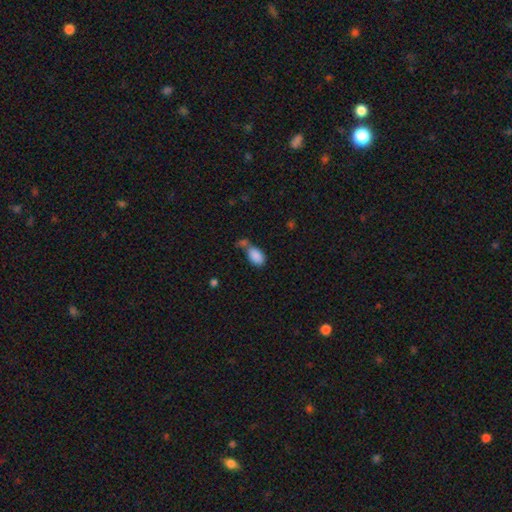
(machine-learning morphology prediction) This appears to be a smooth galaxy with no disk features (87%) that is in between round and cigar-shaped (92%). Merging: none (44%).